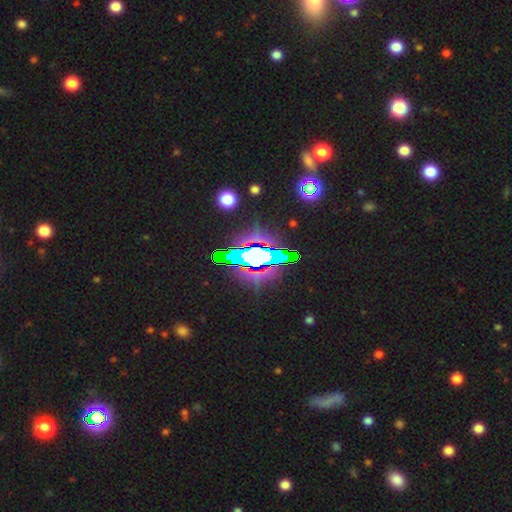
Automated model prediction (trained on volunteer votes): star or artifact 64%, featured or disk 20%, smooth 16%.